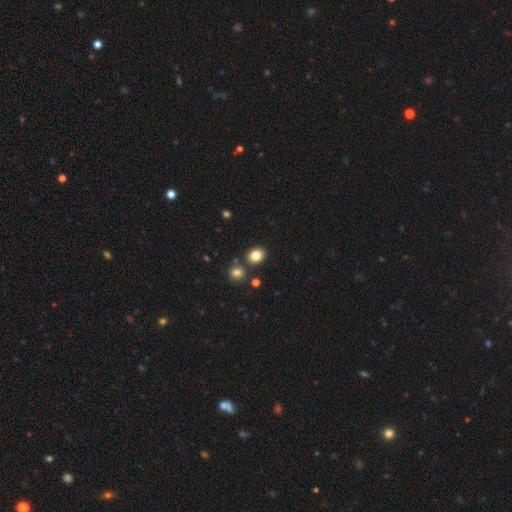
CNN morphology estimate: Overall: smooth (84%). How rounded: round (61%; in between 38%). Merging: none (80%).